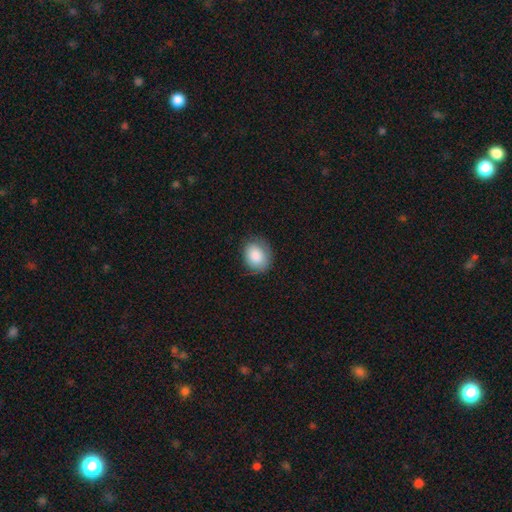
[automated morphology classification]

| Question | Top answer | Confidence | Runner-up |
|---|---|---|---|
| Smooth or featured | smooth | 85% | featured or disk (8%) |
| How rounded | in between | 54% | round (45%) |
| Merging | none | 78% | minor disturbance (17%) |